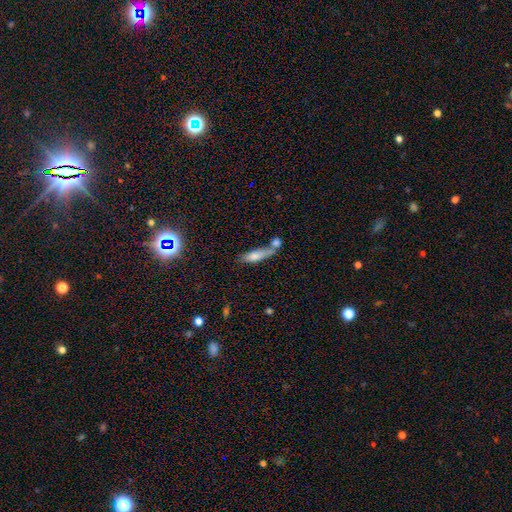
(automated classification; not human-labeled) smooth_or_featured: smooth (p=0.70) [alt: featured or disk p=0.22]
how_rounded: cigar-shaped (p=0.65) [alt: in between p=0.33]
merging: none (p=0.43) [alt: merger p=0.33]